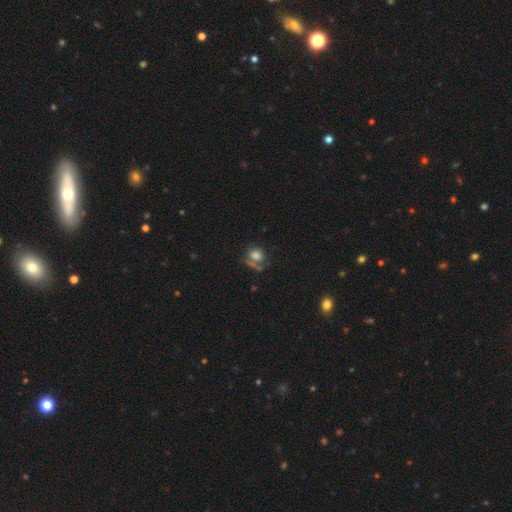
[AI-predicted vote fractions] Smooth or featured? smooth (70%)
How rounded? round (65%)
Merging? none (50%)